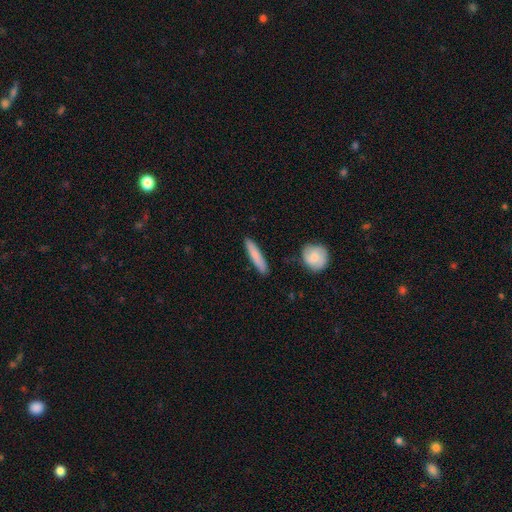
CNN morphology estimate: Q: Smooth or featured?
A: smooth (78%); runner-up: featured or disk (17%)
Q: How rounded?
A: cigar-shaped (91%); runner-up: in between (8%)
Q: Merging?
A: none (89%); runner-up: minor disturbance (8%)